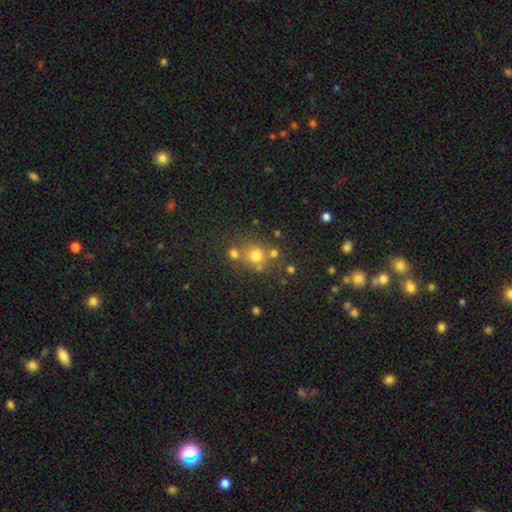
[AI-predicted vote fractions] Morphology: type=smooth (70%); roundness=round (85%); merging=none (62%).